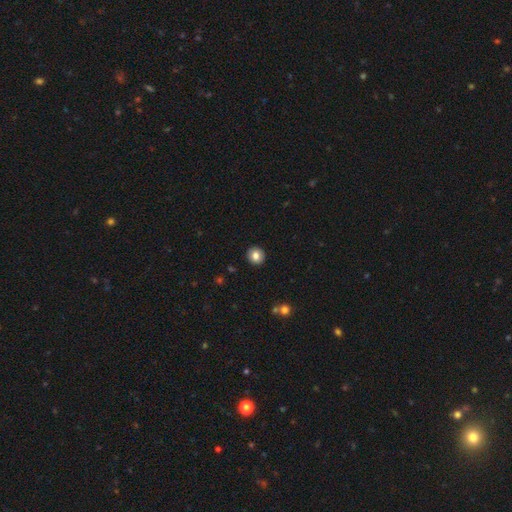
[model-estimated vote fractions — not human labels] Smooth or featured: smooth — 83% (star or artifact — 9%)
How rounded: round — 92% (in between — 7%)
Merging: none — 93% (minor disturbance — 5%)